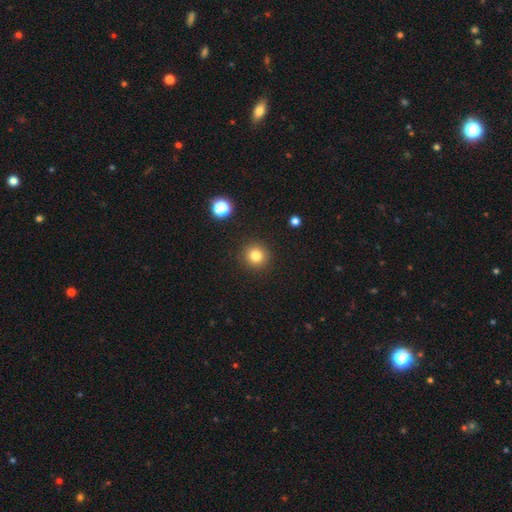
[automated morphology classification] smooth-or-featured: smooth: 81% | star or artifact: 12% | featured or disk: 6%
  how-rounded: round: 94% | in between: 5% | cigar-shaped: 1%
  merging: none: 91% | minor disturbance: 6% | major disturbance: 2% | merger: 1%